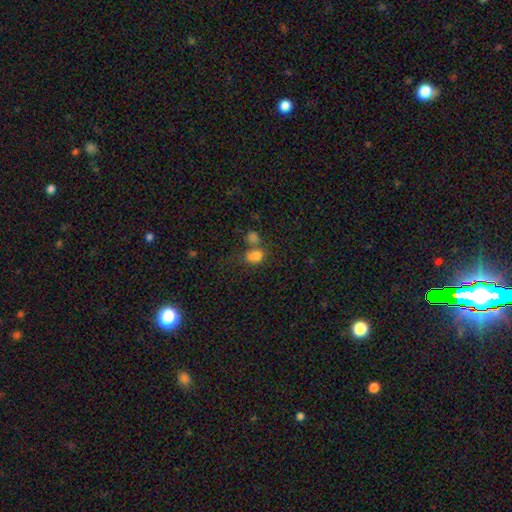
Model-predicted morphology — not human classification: Smooth or featured?
  - smooth: 78% *
  - star or artifact: 14%
  - featured or disk: 9%
How rounded?
  - in between: 59% *
  - round: 40%
  - cigar-shaped: 2%
Merging?
  - merger: 42% *
  - none: 37%
  - minor disturbance: 13%
  - major disturbance: 8%